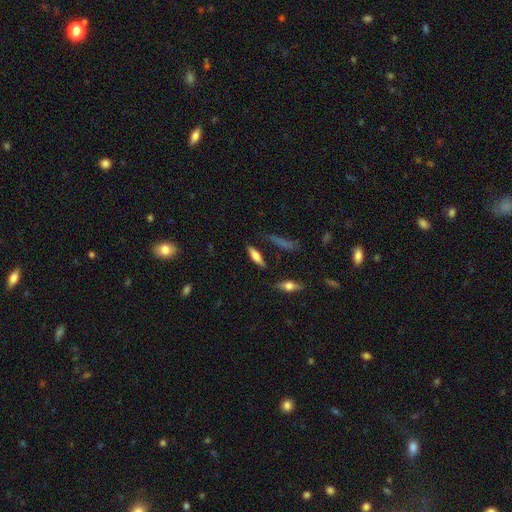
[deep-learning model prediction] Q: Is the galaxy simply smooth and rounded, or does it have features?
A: smooth — 60%.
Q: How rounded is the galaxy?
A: cigar-shaped — 60%.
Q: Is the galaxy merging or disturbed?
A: none — 78%.